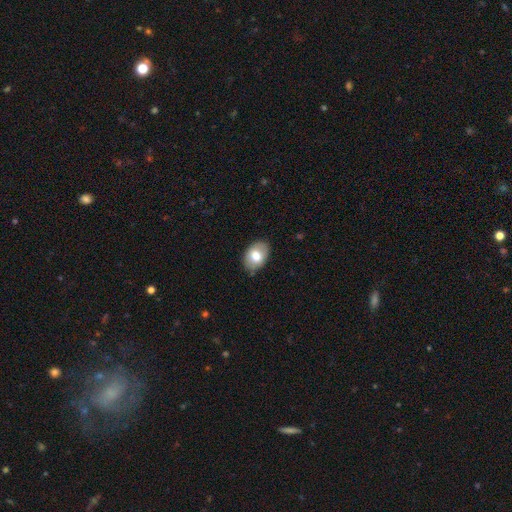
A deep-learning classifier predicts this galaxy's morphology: Overall: smooth (74%). How rounded: in between (84%). Merging: none (81%).